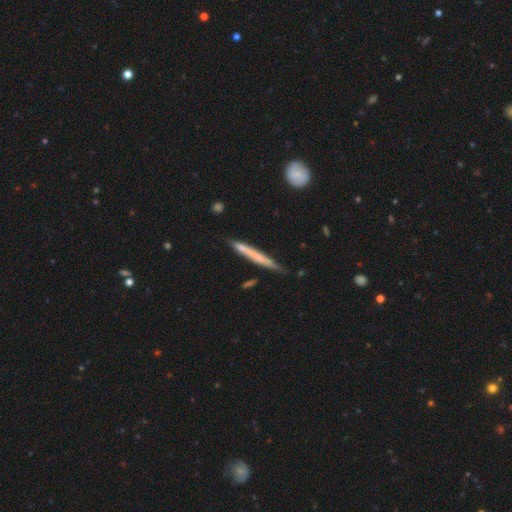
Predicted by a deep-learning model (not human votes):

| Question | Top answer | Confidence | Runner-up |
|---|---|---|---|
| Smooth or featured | smooth | 56% | featured or disk (39%) |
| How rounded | cigar-shaped | 96% | in between (2%) |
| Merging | none | 77% | minor disturbance (18%) |